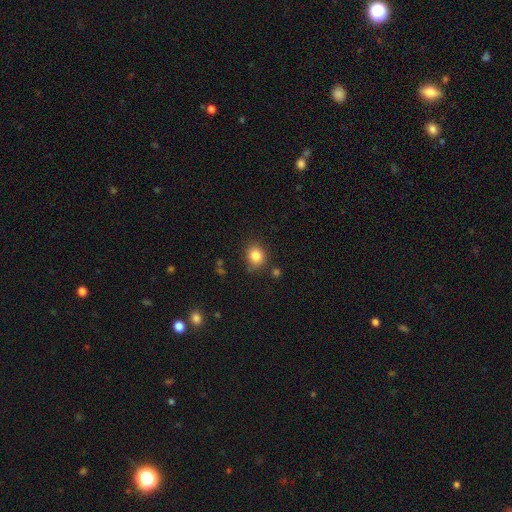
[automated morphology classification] Smooth or featured? Predicted: smooth (p=0.84). How rounded? Predicted: round (p=0.70). Merging? Predicted: none (p=0.81).